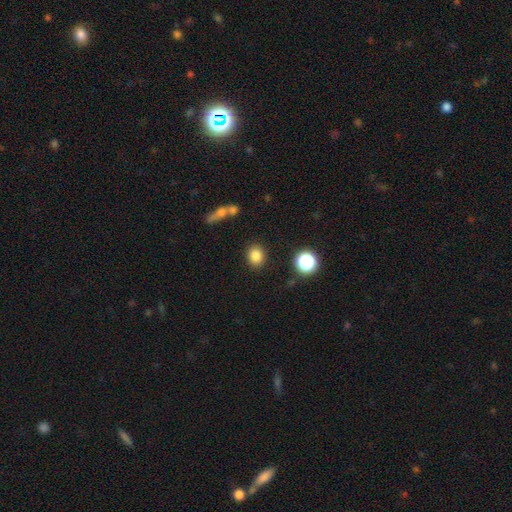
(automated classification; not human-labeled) Q: Smooth or featured?
A: smooth (83%); runner-up: star or artifact (12%)
Q: How rounded?
A: round (67%); runner-up: in between (32%)
Q: Merging?
A: none (86%); runner-up: minor disturbance (8%)